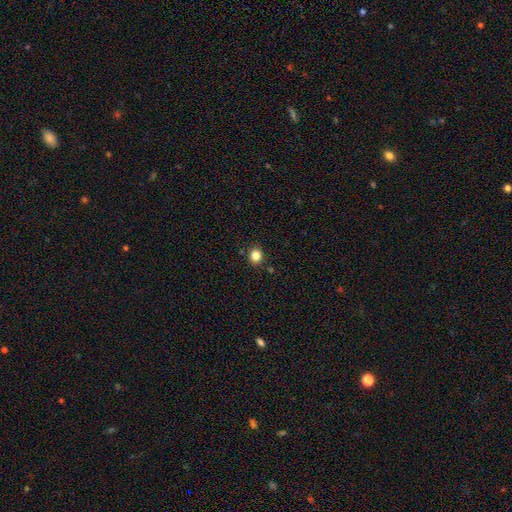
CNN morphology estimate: A smooth galaxy with no disk features (83%) that is round (85%).

Vote fractions:
- Smooth or featured? smooth: 83% / star or artifact: 13% / featured or disk: 4%
- How rounded? round: 85% / in between: 14% / cigar-shaped: 1%
- Merging? none: 89% / minor disturbance: 7% / merger: 2% / major disturbance: 2%